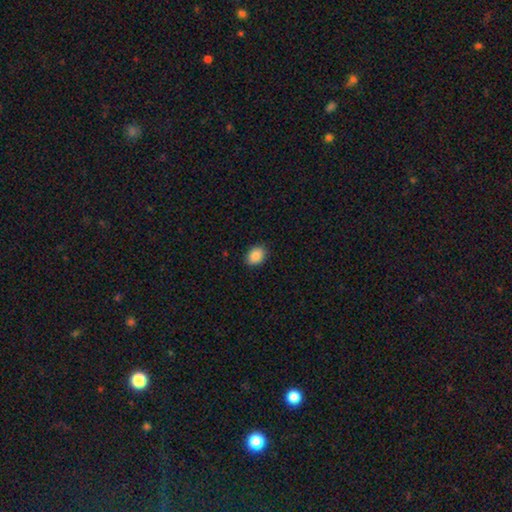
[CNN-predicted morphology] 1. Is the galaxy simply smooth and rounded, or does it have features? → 88% smooth, 8% star or artifact, 4% featured or disk.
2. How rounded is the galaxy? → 71% in between, 28% round, 1% cigar-shaped.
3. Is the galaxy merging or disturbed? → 87% none, 10% minor disturbance, 2% major disturbance, 1% merger.